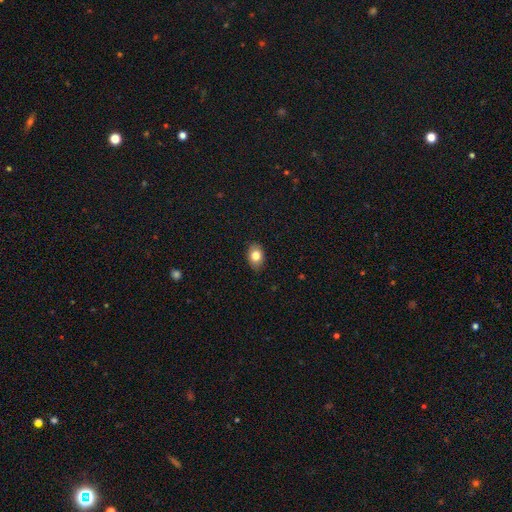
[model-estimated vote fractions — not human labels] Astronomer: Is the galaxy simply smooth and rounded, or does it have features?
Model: smooth — 81%.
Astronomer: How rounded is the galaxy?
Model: in between — 72%.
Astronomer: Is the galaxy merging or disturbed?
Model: none — 84%.